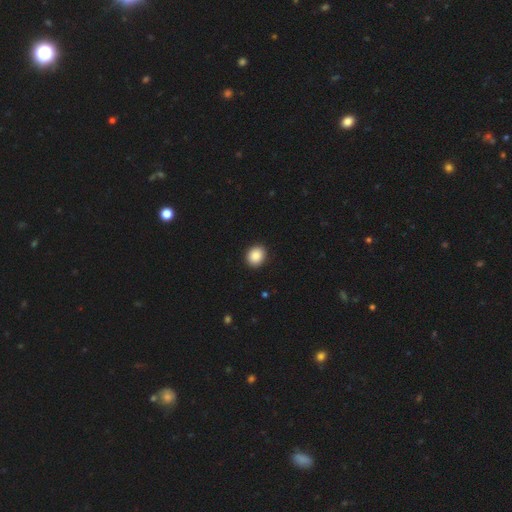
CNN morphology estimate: type=smooth (89%); roundness=round (65%); merging=none (91%).